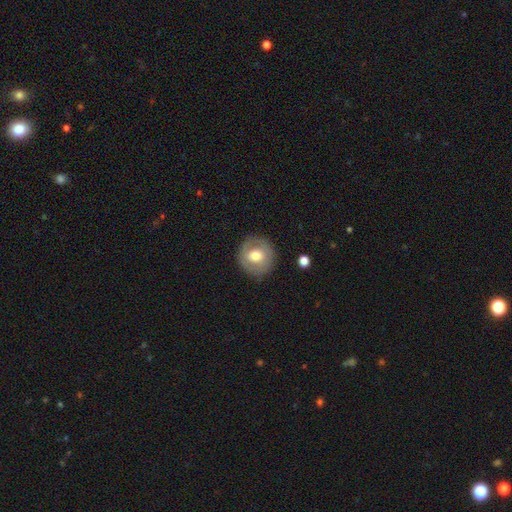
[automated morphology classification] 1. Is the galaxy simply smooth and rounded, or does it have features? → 60% smooth, 33% featured or disk, 7% star or artifact.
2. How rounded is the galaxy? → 90% round, 9% in between, 1% cigar-shaped.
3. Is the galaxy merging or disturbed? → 85% none, 10% minor disturbance, 4% major disturbance, 1% merger.